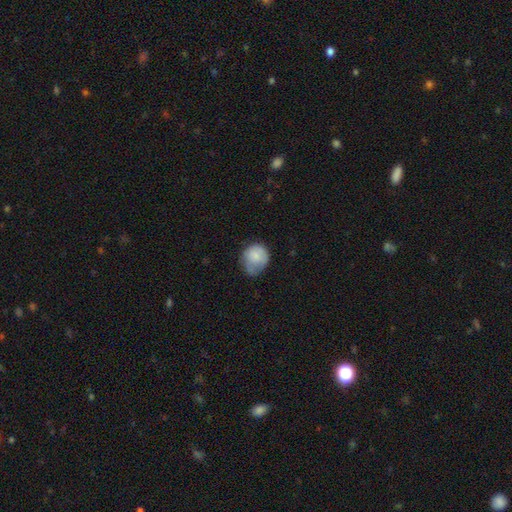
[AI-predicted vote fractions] This appears to be a smooth galaxy with no disk features (77%) that is round (68%). Merging: minor disturbance (43%).